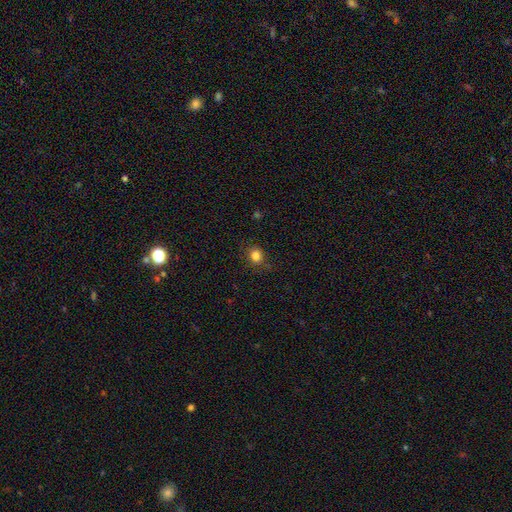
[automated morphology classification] smooth_or_featured: smooth (p=0.83) [alt: star or artifact p=0.12]
how_rounded: round (p=0.76) [alt: in between p=0.23]
merging: none (p=0.83) [alt: minor disturbance p=0.12]